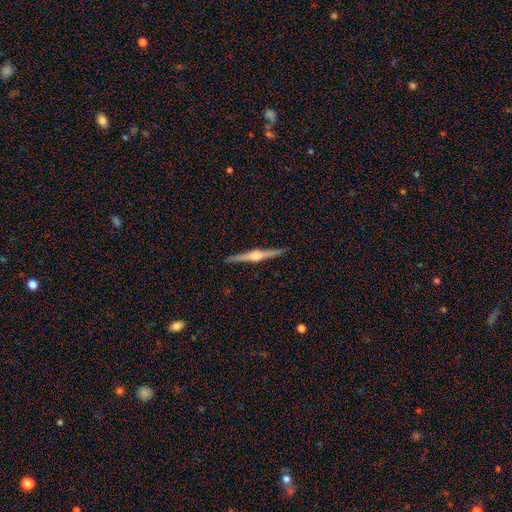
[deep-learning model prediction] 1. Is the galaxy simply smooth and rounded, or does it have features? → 83% featured or disk, 12% smooth, 5% star or artifact.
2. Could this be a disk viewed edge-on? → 99% yes, 1% no.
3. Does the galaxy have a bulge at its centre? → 93% rounded, 4% boxy, 3% none.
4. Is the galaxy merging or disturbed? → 92% none, 6% minor disturbance, 1% major disturbance, 1% merger.